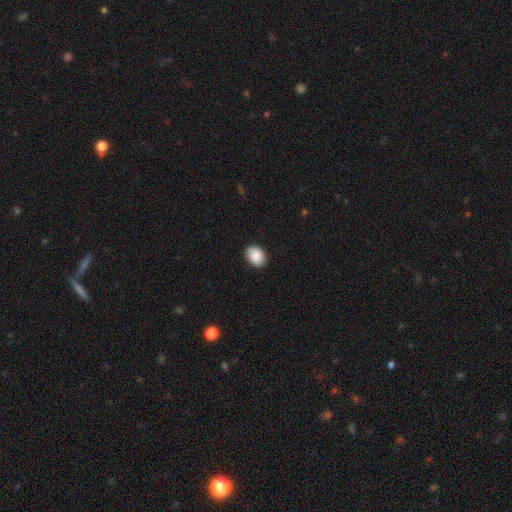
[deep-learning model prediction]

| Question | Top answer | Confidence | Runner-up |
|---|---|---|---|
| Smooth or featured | smooth | 89% | star or artifact (7%) |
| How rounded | in between | 73% | round (26%) |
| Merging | none | 89% | minor disturbance (8%) |